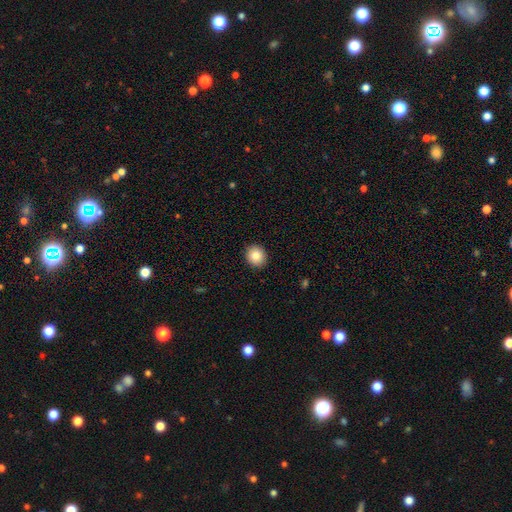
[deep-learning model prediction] Smooth or featured?
  - smooth: 83% *
  - star or artifact: 9%
  - featured or disk: 8%
How rounded?
  - round: 86% *
  - in between: 13%
  - cigar-shaped: 1%
Merging?
  - none: 91% *
  - minor disturbance: 6%
  - major disturbance: 2%
  - merger: 1%